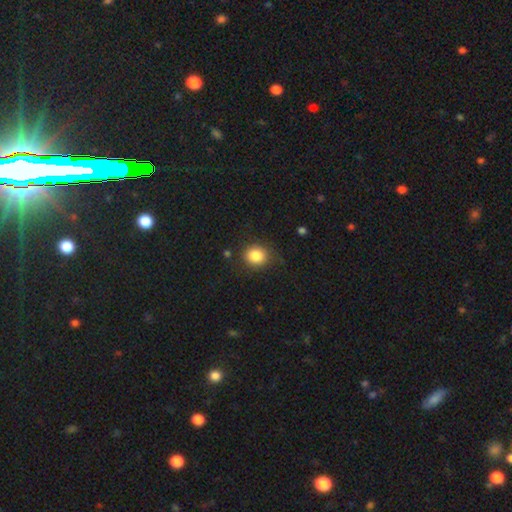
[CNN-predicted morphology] The model was most divided on "how rounded": round: 74%, in between: 25%, cigar-shaped: 1%. More confident: smooth or featured — smooth (85%); merging — none (80%).